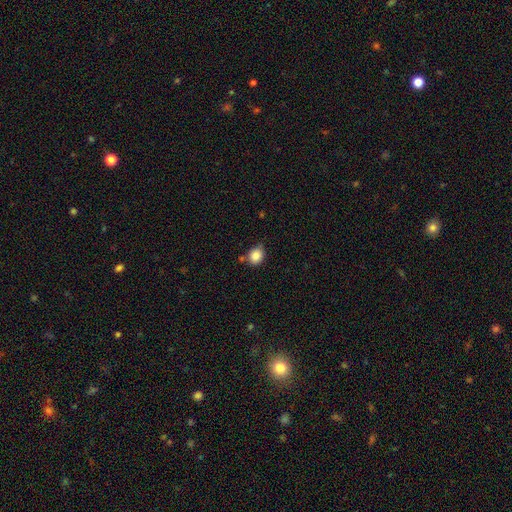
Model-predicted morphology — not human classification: Smooth or featured?
  - smooth: 86% *
  - star or artifact: 9%
  - featured or disk: 5%
How rounded?
  - round: 60% *
  - in between: 39%
  - cigar-shaped: 1%
Merging?
  - none: 66% *
  - minor disturbance: 22%
  - merger: 7%
  - major disturbance: 4%